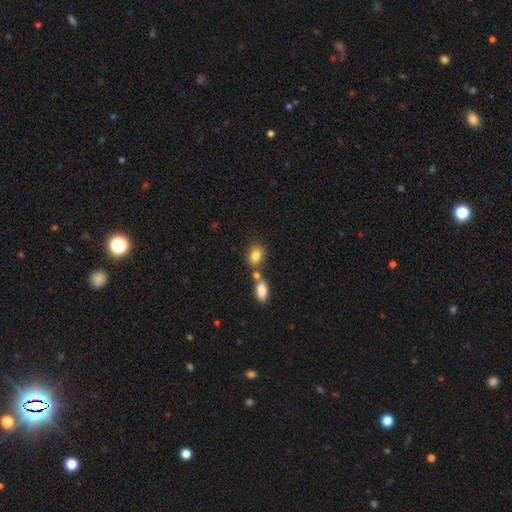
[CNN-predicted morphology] Smooth or featured? Predicted: smooth (p=0.84). How rounded? Predicted: in between (p=0.72). Merging? Predicted: none (p=0.55).